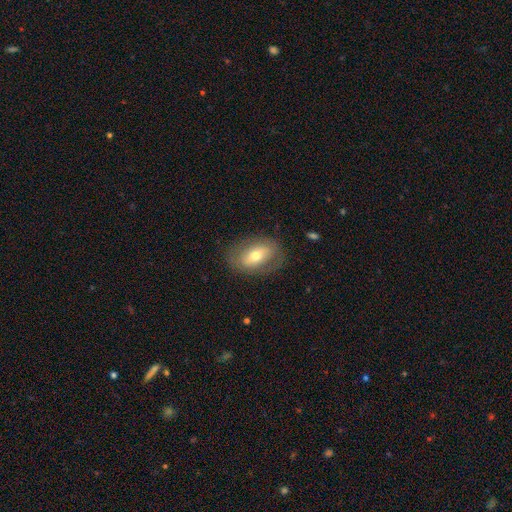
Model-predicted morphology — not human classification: Smooth or featured? Predicted: smooth (p=0.55). How rounded? Predicted: in between (p=0.84). Merging? Predicted: none (p=0.78).